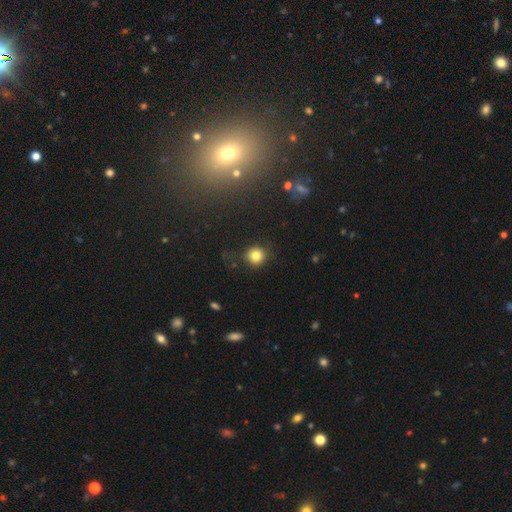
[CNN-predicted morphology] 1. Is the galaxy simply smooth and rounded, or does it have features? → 81% smooth, 12% star or artifact, 6% featured or disk.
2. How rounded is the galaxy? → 91% round, 8% in between, 1% cigar-shaped.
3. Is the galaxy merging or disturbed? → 84% none, 10% minor disturbance, 3% major disturbance, 2% merger.